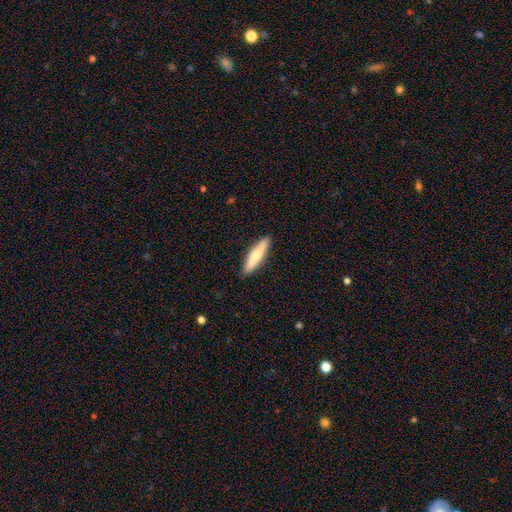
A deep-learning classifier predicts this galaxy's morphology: Smooth or featured: smooth — 68% (featured or disk — 26%)
How rounded: cigar-shaped — 81% (in between — 17%)
Merging: none — 88% (minor disturbance — 9%)